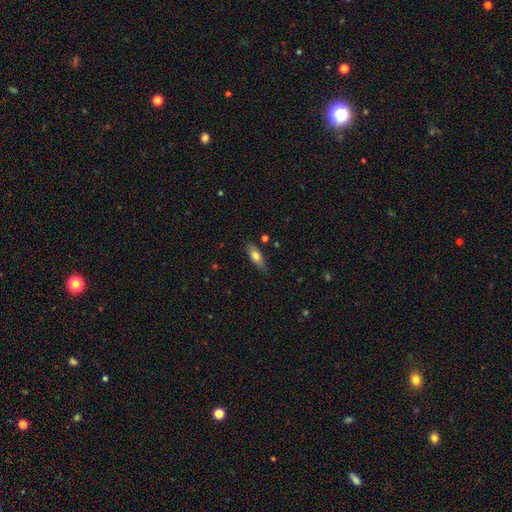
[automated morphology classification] Q: Smooth or featured?
A: smooth (73%); runner-up: featured or disk (20%)
Q: How rounded?
A: in between (67%); runner-up: cigar-shaped (30%)
Q: Merging?
A: none (79%); runner-up: minor disturbance (16%)